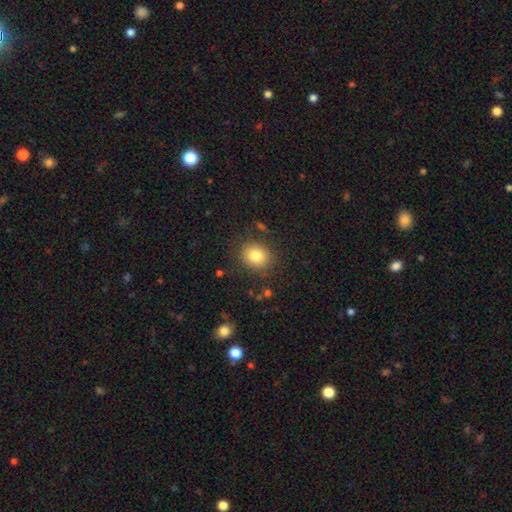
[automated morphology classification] smooth-or-featured: smooth: 81% | star or artifact: 11% | featured or disk: 8%
  how-rounded: round: 65% | in between: 34% | cigar-shaped: 1%
  merging: none: 85% | minor disturbance: 10% | major disturbance: 4% | merger: 2%